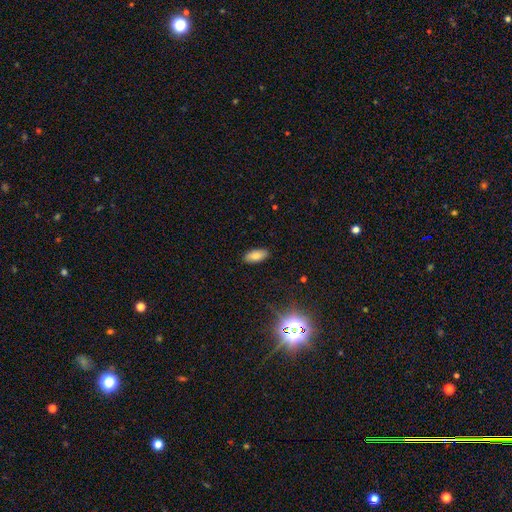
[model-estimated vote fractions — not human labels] Smooth or featured: smooth — 79% (star or artifact — 11%)
How rounded: in between — 87% (cigar-shaped — 10%)
Merging: none — 88% (minor disturbance — 9%)